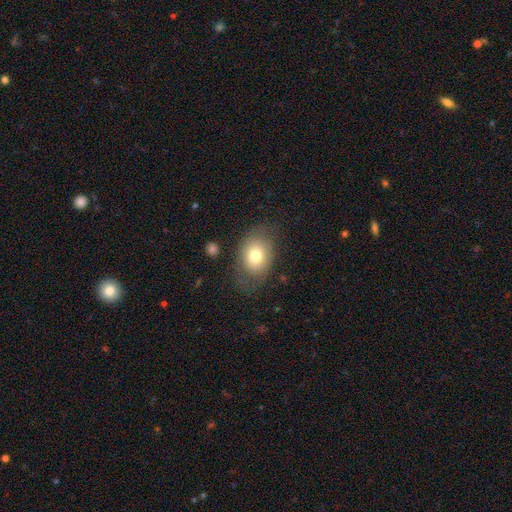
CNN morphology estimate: A smooth galaxy with no disk features (73%) that is in between round and cigar-shaped (67%). Merging: none (69%).